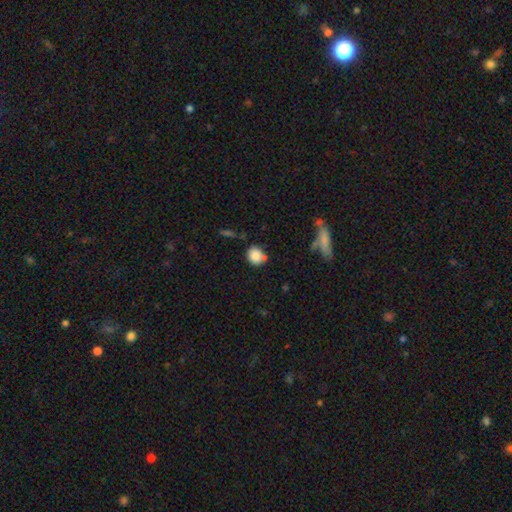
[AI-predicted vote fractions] Smooth or featured? Predicted: smooth (p=0.84). How rounded? Predicted: round (p=0.70). Merging? Predicted: none (p=0.61).